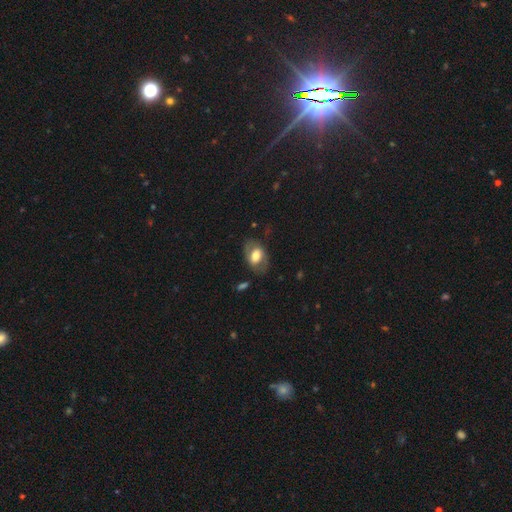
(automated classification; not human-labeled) A smooth galaxy with no disk features (57%) that is in between round and cigar-shaped (83%). Merging: none (69%).